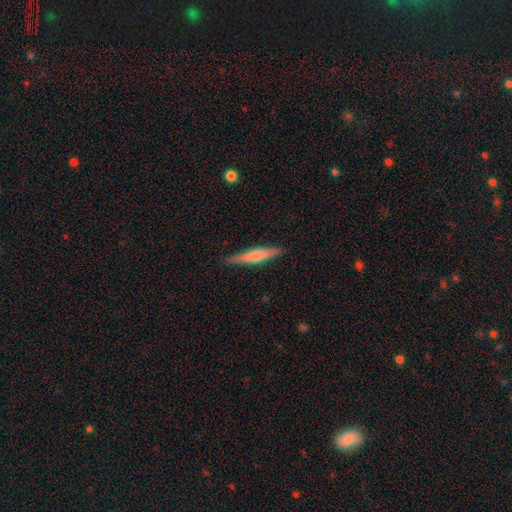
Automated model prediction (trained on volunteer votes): Smooth or featured: smooth — 56% (featured or disk — 38%)
How rounded: cigar-shaped — 91% (in between — 7%)
Merging: none — 90% (minor disturbance — 8%)